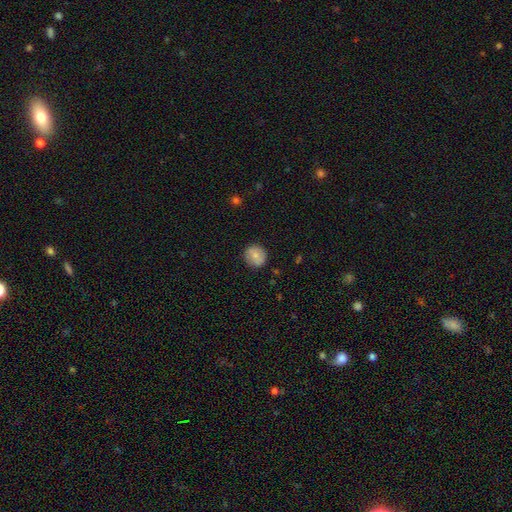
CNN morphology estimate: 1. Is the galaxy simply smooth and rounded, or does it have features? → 77% smooth, 15% featured or disk, 8% star or artifact.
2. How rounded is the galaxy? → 87% round, 12% in between, 1% cigar-shaped.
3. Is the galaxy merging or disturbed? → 84% none, 12% minor disturbance, 3% major disturbance, 2% merger.